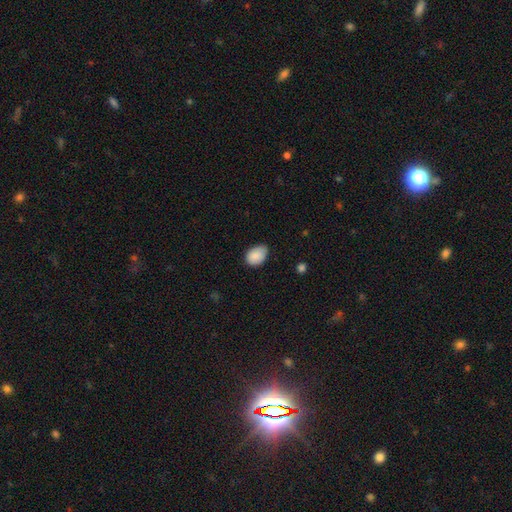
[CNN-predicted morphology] Q: Smooth or featured?
A: smooth (88%); runner-up: star or artifact (7%)
Q: How rounded?
A: in between (83%); runner-up: round (16%)
Q: Merging?
A: none (68%); runner-up: minor disturbance (27%)